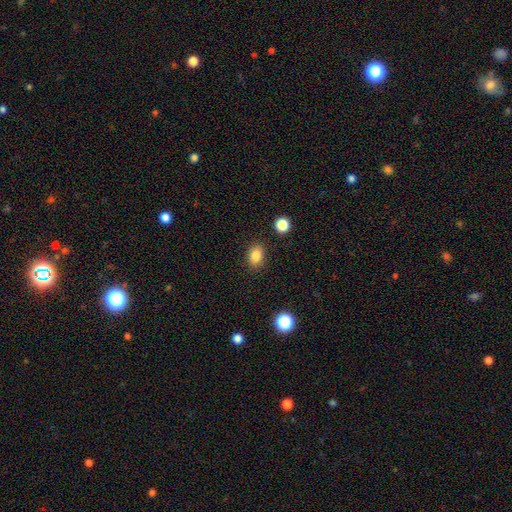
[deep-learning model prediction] A smooth galaxy with no disk features (84%) that is in between round and cigar-shaped (75%).

Vote fractions:
- Smooth or featured? smooth: 84% / star or artifact: 10% / featured or disk: 6%
- How rounded? in between: 75% / round: 24% / cigar-shaped: 1%
- Merging? none: 87% / minor disturbance: 9% / major disturbance: 2% / merger: 2%